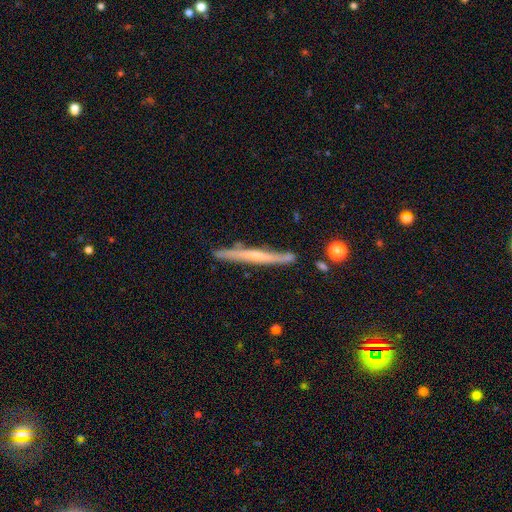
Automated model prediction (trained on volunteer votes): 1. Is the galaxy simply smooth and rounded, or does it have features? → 60% featured or disk, 34% smooth, 6% star or artifact.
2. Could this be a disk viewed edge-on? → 94% yes, 6% no.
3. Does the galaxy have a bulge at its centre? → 56% none, 35% rounded, 9% boxy.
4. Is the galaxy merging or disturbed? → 81% none, 13% minor disturbance, 3% merger, 2% major disturbance.